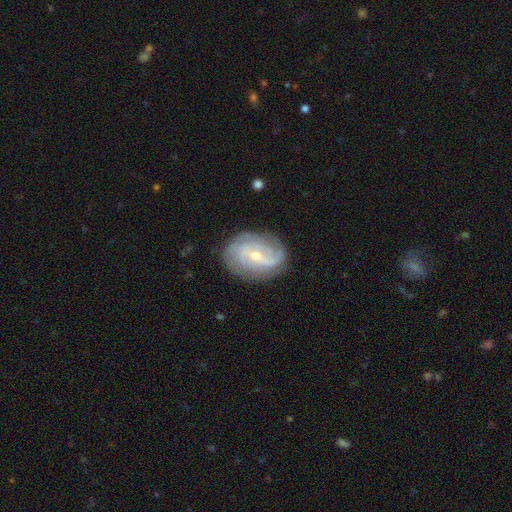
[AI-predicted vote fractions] smooth_or_featured: featured or disk (p=0.85) [alt: smooth p=0.09]
disk_edge_on: no (p=0.97) [alt: yes p=0.03]
bar: weak (p=0.44) [alt: no p=0.39]
has_spiral_arms: yes (p=0.96) [alt: no p=0.04]
spiral_winding: tight (p=0.46) [alt: medium p=0.38]
spiral_arm_count: 2 (p=0.32) [alt: 3 p=0.24]
bulge_size: small (p=0.59) [alt: moderate p=0.38]
merging: none (p=0.79) [alt: minor disturbance p=0.15]